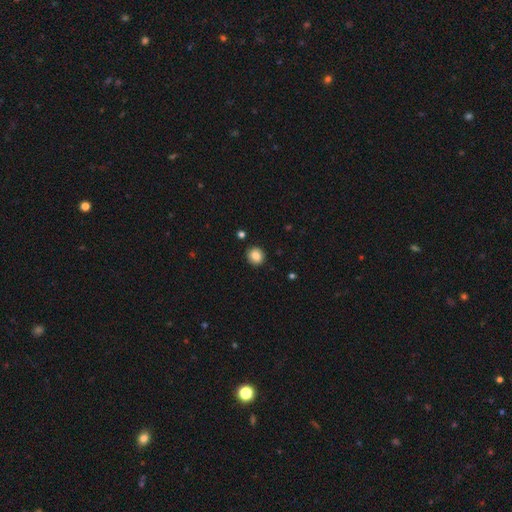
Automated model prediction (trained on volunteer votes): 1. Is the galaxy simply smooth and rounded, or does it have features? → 85% smooth, 9% star or artifact, 6% featured or disk.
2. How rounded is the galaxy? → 81% round, 18% in between, 1% cigar-shaped.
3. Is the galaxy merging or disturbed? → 90% none, 7% minor disturbance, 2% major disturbance, 1% merger.